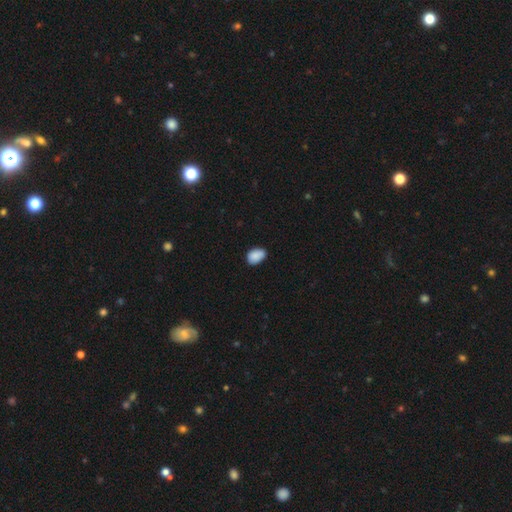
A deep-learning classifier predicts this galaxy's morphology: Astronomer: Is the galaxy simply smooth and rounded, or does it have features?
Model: smooth — 89%.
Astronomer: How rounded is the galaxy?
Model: in between — 82%.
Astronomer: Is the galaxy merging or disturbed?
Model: none — 75%.